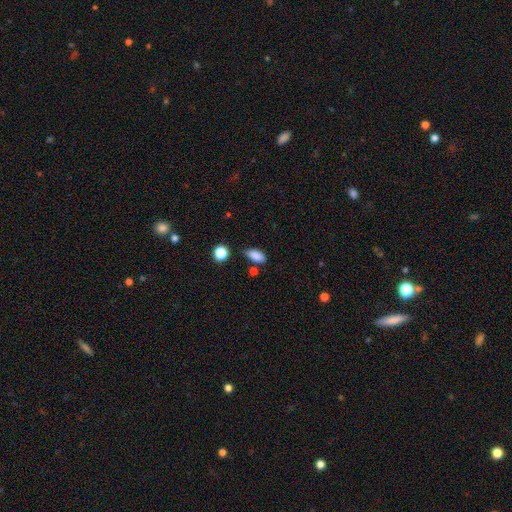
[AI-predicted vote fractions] Smooth or featured? smooth (86%)
How rounded? in between (89%)
Merging? none (70%)